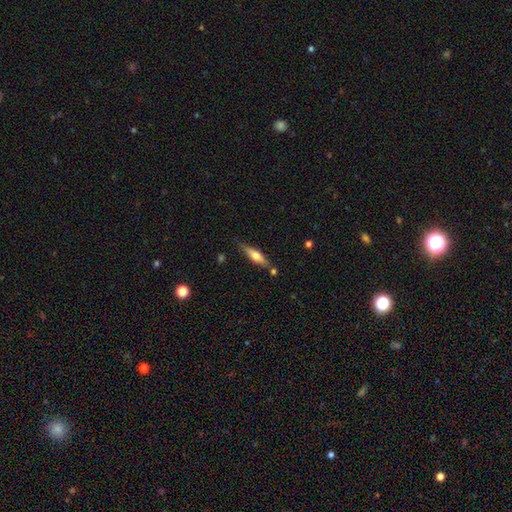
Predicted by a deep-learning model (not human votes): smooth_or_featured: smooth (p=0.51) [alt: featured or disk p=0.43]
how_rounded: cigar-shaped (p=0.71) [alt: in between p=0.27]
merging: none (p=0.75) [alt: minor disturbance p=0.15]